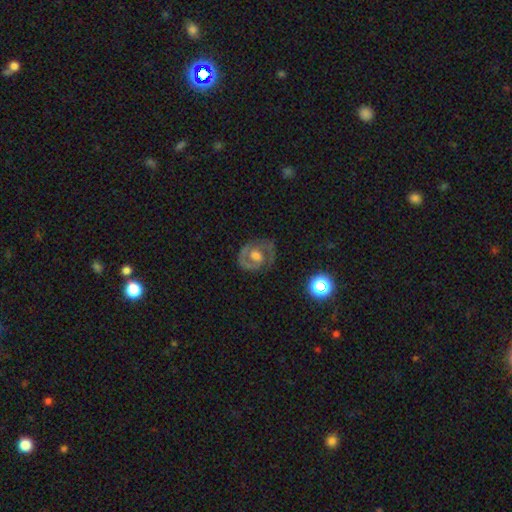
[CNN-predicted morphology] A featured or disk galaxy (71%) with no bar (60%), spiral arms (72%) and a moderate central bulge (52%). Merging: none (72%).